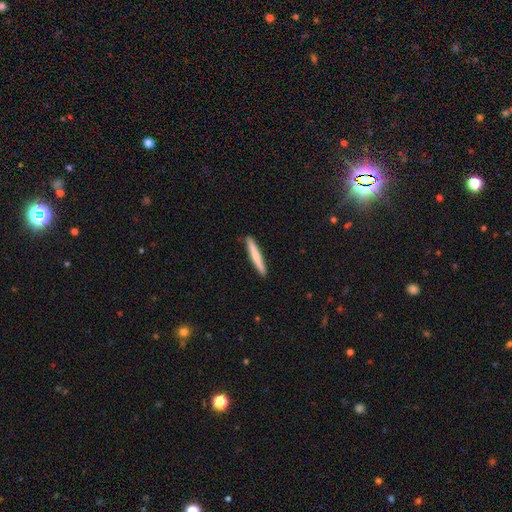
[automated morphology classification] Q: Smooth or featured?
A: smooth (68%); runner-up: featured or disk (27%)
Q: How rounded?
A: cigar-shaped (96%); runner-up: in between (3%)
Q: Merging?
A: none (91%); runner-up: minor disturbance (7%)